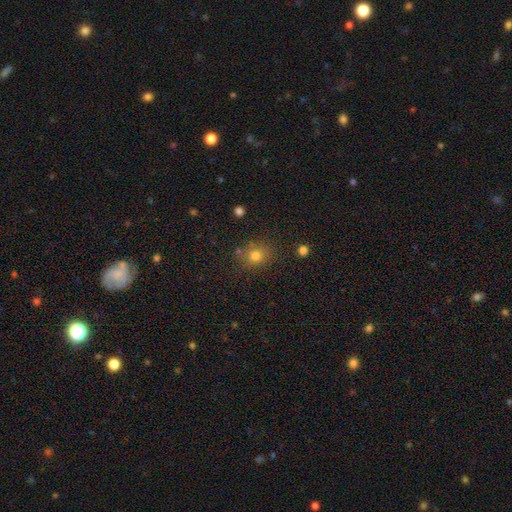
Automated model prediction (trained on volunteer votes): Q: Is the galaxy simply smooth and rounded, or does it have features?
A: smooth — 77%.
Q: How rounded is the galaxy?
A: round — 69%.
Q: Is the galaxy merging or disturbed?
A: none — 77%.